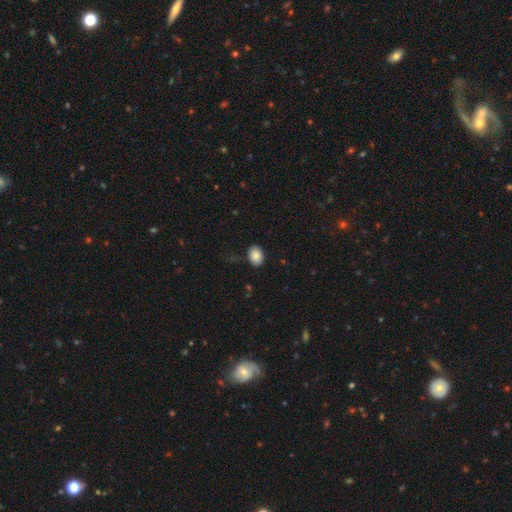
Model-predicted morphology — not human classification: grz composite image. It shows a smooth galaxy with no disk features (87%) that is in between round and cigar-shaped (75%). Merging: none (86%).